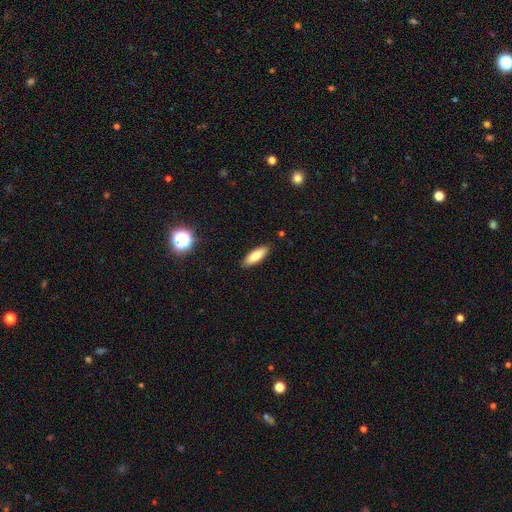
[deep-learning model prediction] Smooth or featured: smooth — 84% (featured or disk — 9%)
How rounded: in between — 59% (cigar-shaped — 39%)
Merging: none — 88% (minor disturbance — 9%)